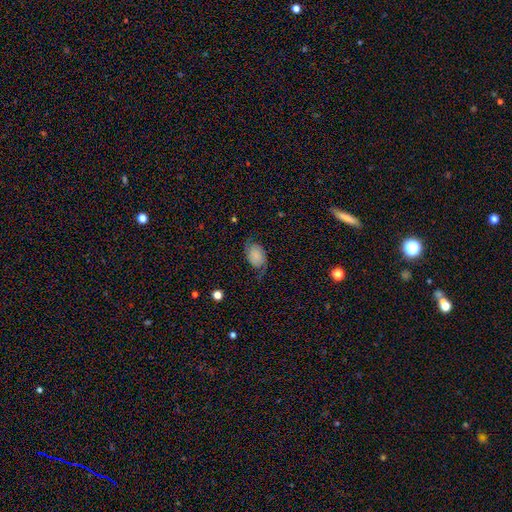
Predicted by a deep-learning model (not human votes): Smooth or featured?
  - featured or disk: 50% *
  - smooth: 40%
  - star or artifact: 11%
Merging?
  - none: 62% *
  - minor disturbance: 23%
  - major disturbance: 13%
  - merger: 2%